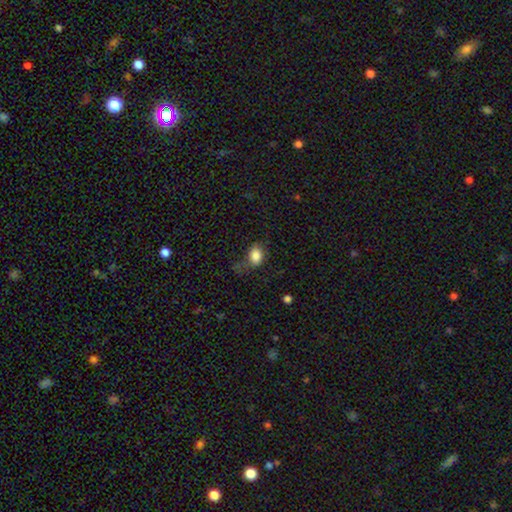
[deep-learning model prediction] smooth 84%, star or artifact 9%, featured or disk 7%. Down the decision tree: how rounded — in between (74%); merging — none (51%).